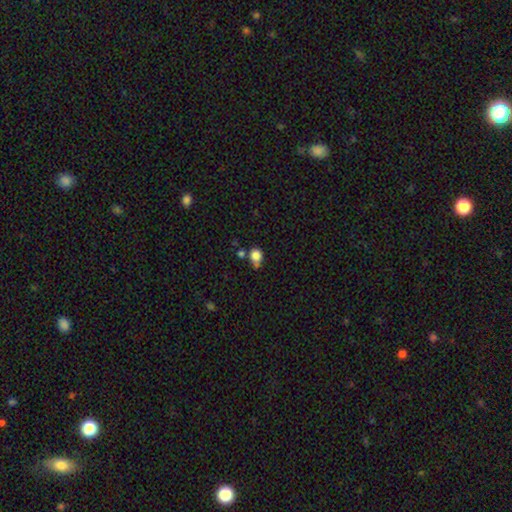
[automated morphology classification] The model was most divided on "merging": none: 50%, minor disturbance: 23%, merger: 19%, major disturbance: 8%. More confident: smooth or featured — smooth (83%); how rounded — round (76%).